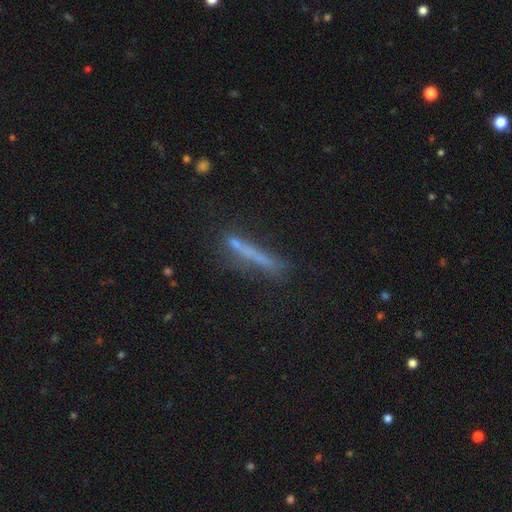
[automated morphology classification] smooth-or-featured: smooth: 50% | featured or disk: 37% | star or artifact: 13%
  merging: none: 75% | minor disturbance: 15% | major disturbance: 6% | merger: 4%